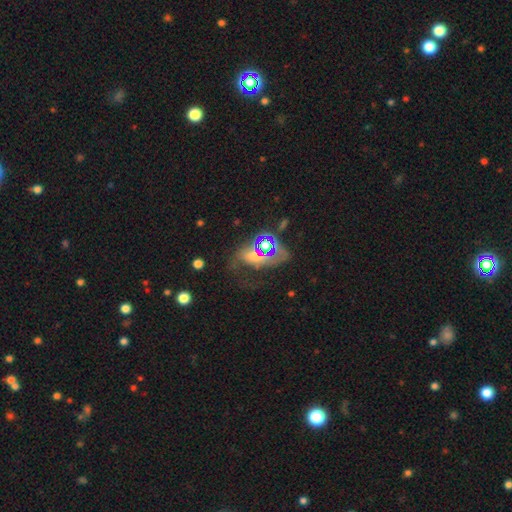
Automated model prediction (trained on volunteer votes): The model was most divided on "smooth or featured": star or artifact: 37%, featured or disk: 34%, smooth: 29%.